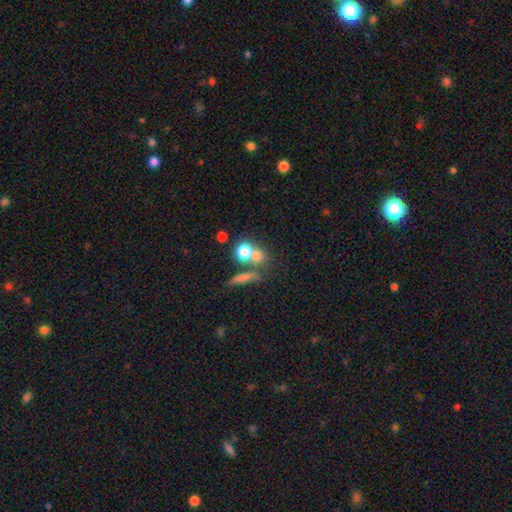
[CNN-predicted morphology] Smooth or featured? smooth (69%)
How rounded? round (70%)
Merging? none (44%)